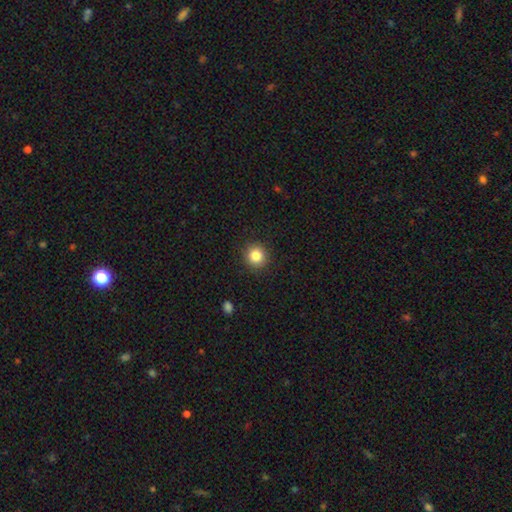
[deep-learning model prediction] Smooth or featured: smooth — 84% (star or artifact — 10%)
How rounded: round — 92% (in between — 7%)
Merging: none — 91% (minor disturbance — 6%)